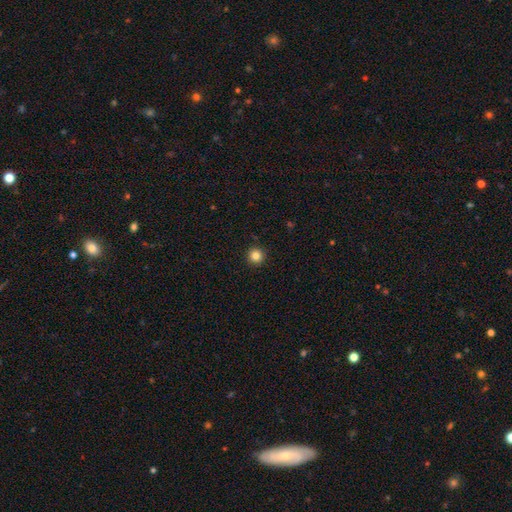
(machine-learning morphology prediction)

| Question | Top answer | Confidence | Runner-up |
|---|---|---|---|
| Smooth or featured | smooth | 84% | star or artifact (12%) |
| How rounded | round | 96% | in between (3%) |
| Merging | none | 93% | minor disturbance (5%) |